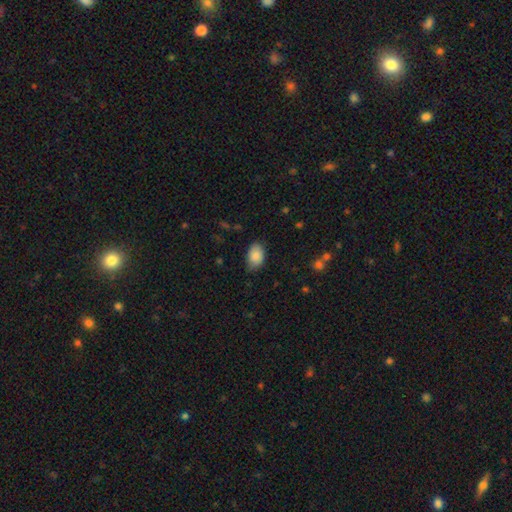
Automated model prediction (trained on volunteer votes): Smooth or featured: smooth — 85% (featured or disk — 8%)
How rounded: in between — 88% (round — 11%)
Merging: none — 75% (minor disturbance — 20%)